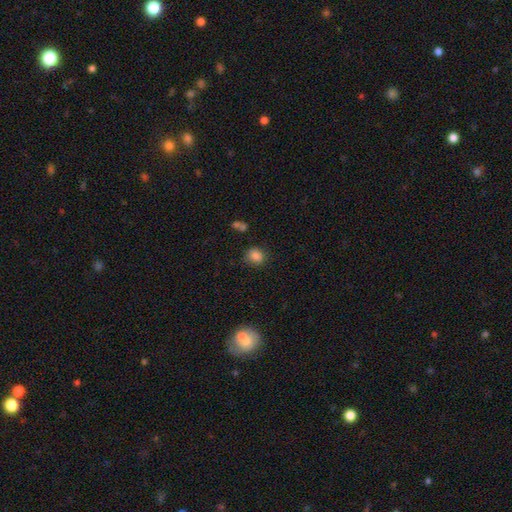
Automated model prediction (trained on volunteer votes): Overall: smooth (84%). How rounded: round (62%; in between 37%). Merging: none (76%).